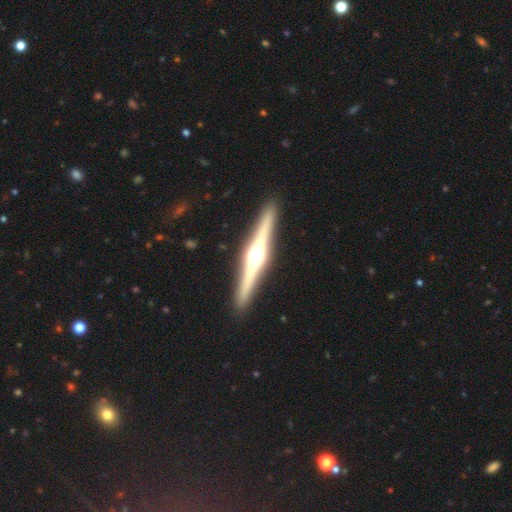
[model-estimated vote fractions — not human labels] Q: Smooth or featured?
A: featured or disk (83%); runner-up: smooth (13%)
Q: Edge-on disk?
A: yes (99%); runner-up: no (1%)
Q: Edge-on bulge?
A: rounded (93%); runner-up: boxy (5%)
Q: Merging?
A: none (93%); runner-up: minor disturbance (5%)